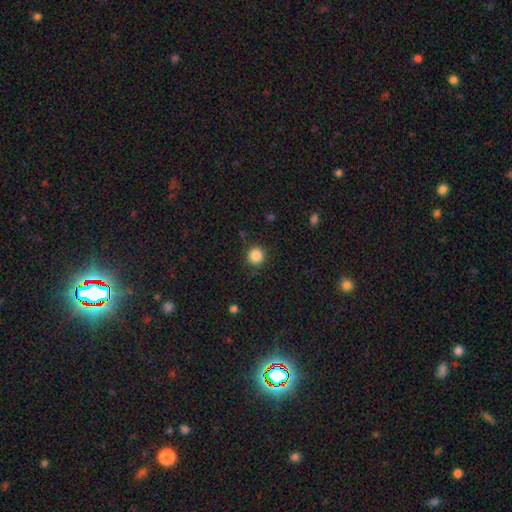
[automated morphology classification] This is clearly a smooth galaxy (87%). How rounded: clearly round (93%). Merging: clearly none (89%).